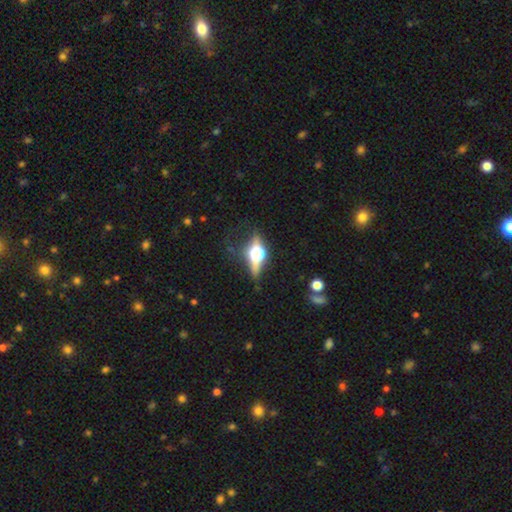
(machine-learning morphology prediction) Smooth or featured? Predicted: featured or disk (p=0.42). Merging? Predicted: none (p=0.56).